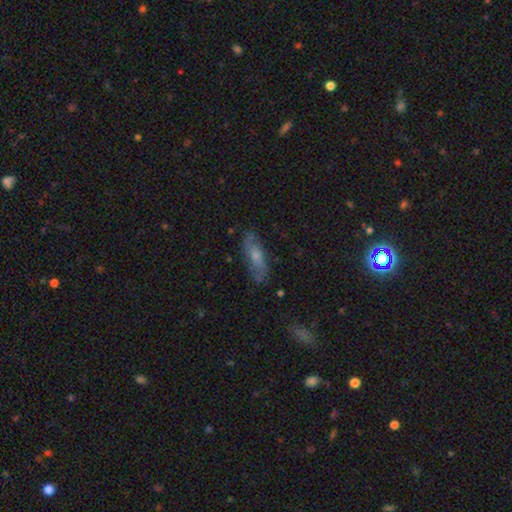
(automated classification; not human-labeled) The model was most divided on "smooth or featured": featured or disk: 47%, smooth: 40%, star or artifact: 12%. More confident: merging — none (77%).